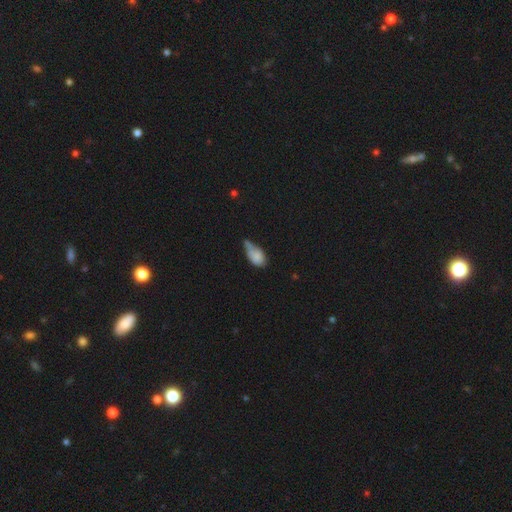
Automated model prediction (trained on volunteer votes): A smooth galaxy with no disk features (74%) that is in between round and cigar-shaped (87%).

Vote fractions:
- Smooth or featured? smooth: 74% / featured or disk: 17% / star or artifact: 9%
- How rounded? in between: 87% / round: 8% / cigar-shaped: 5%
- Merging? minor disturbance: 39% / major disturbance: 22% / none: 22% / merger: 17%